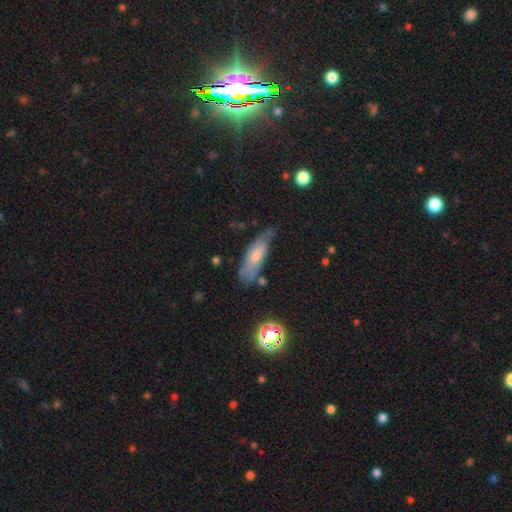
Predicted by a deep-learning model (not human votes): Smooth or featured? smooth (47%)
Merging? none (58%)